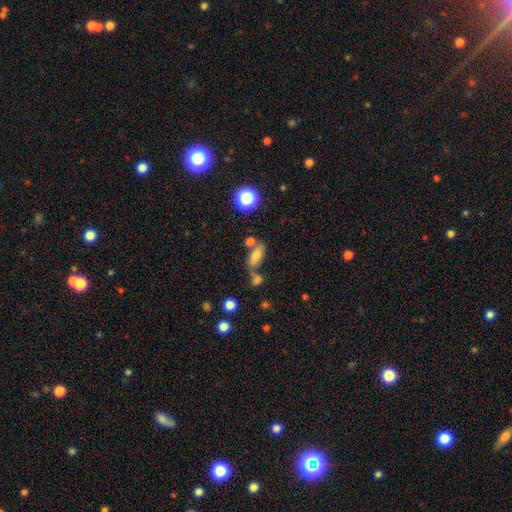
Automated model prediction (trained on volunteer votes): A smooth galaxy with no disk features (67%) that is in between round and cigar-shaped (78%).

Vote fractions:
- Smooth or featured? smooth: 67% / featured or disk: 20% / star or artifact: 13%
- How rounded? in between: 78% / cigar-shaped: 14% / round: 7%
- Merging? none: 49% / merger: 29% / minor disturbance: 15% / major disturbance: 7%